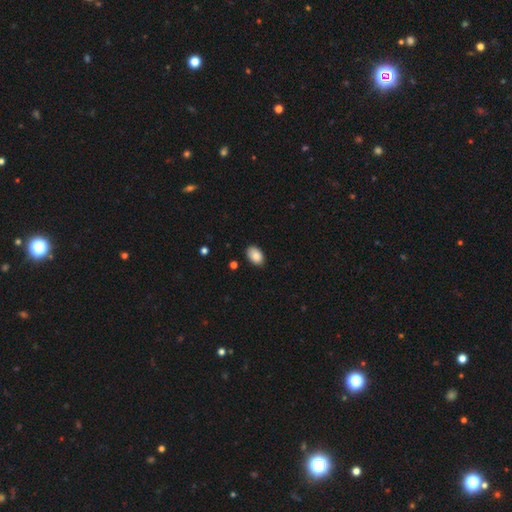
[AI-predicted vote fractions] smooth 88%, star or artifact 7%, featured or disk 5%. Down the decision tree: how rounded — in between (90%); merging — none (85%).